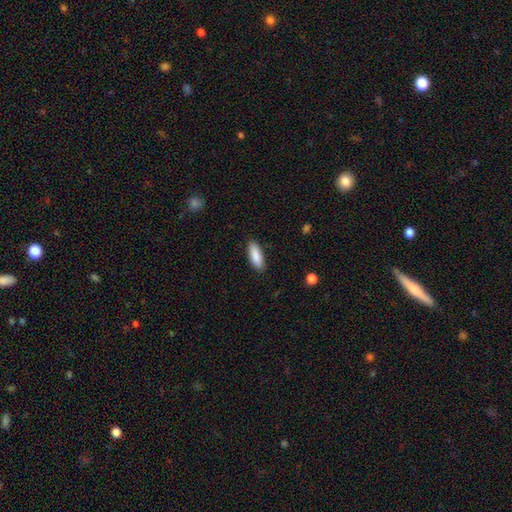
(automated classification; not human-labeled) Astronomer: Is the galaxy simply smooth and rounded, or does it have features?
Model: smooth — 89%.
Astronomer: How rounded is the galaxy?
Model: in between — 64%.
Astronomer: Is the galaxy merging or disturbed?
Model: none — 88%.